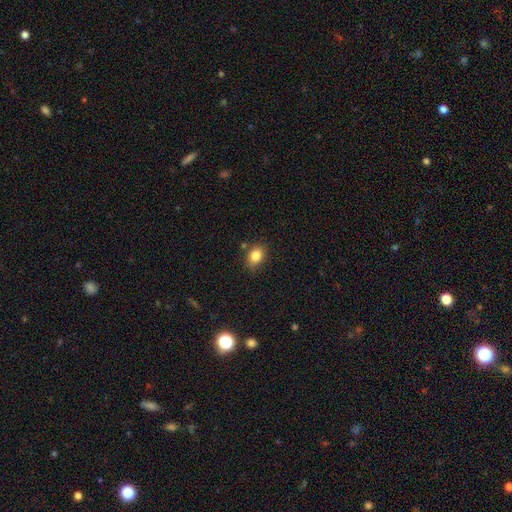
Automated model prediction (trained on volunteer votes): Smooth or featured? Predicted: smooth (p=0.83). How rounded? Predicted: in between (p=0.61). Merging? Predicted: none (p=0.79).